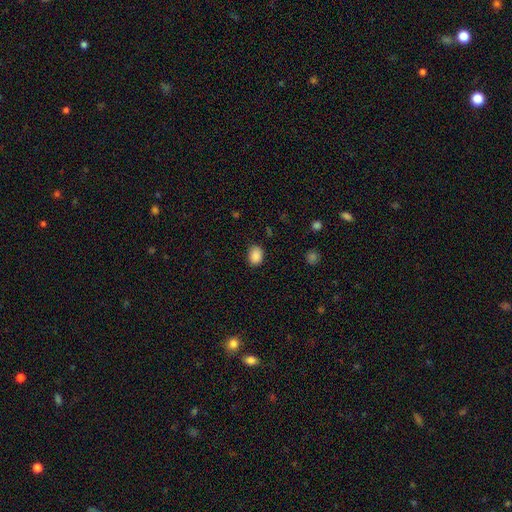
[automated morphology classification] Smooth or featured?
  - smooth: 88% *
  - star or artifact: 9%
  - featured or disk: 3%
How rounded?
  - in between: 64% *
  - round: 35%
  - cigar-shaped: 1%
Merging?
  - none: 83% *
  - minor disturbance: 13%
  - major disturbance: 3%
  - merger: 1%